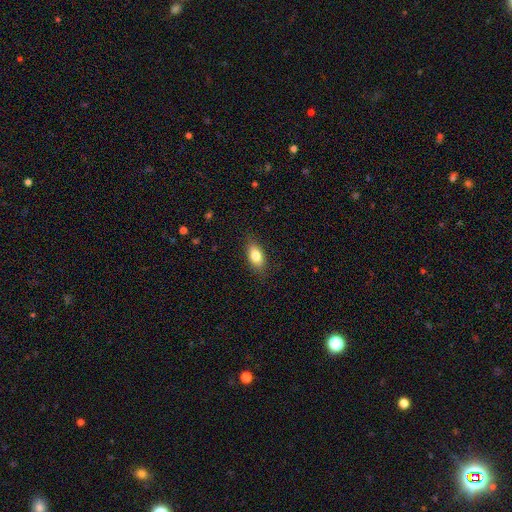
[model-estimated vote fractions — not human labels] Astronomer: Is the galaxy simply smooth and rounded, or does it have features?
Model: smooth — 82%.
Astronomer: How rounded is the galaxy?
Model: in between — 88%.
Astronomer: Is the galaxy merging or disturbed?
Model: none — 85%.